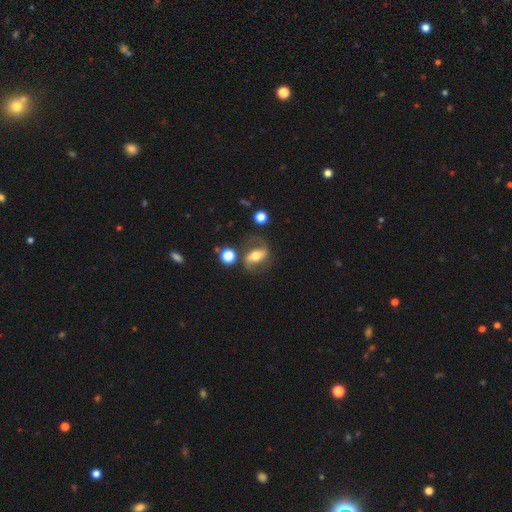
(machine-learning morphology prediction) featured or disk 70%, smooth 22%, star or artifact 8%. Down the decision tree: edge-on disk — no (93%); bar — strong (47%); spiral arms — yes (85%); spiral arm count — 2 (88%); spiral winding — loose (45%); bulge size — moderate (65%); merging — none (67%).